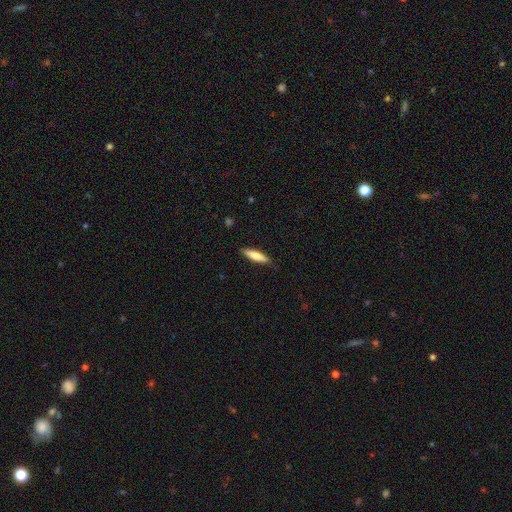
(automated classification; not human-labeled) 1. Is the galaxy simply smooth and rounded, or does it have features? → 74% smooth, 21% featured or disk, 5% star or artifact.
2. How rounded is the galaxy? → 75% cigar-shaped, 23% in between, 1% round.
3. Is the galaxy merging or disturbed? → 87% none, 10% minor disturbance, 2% major disturbance, 1% merger.